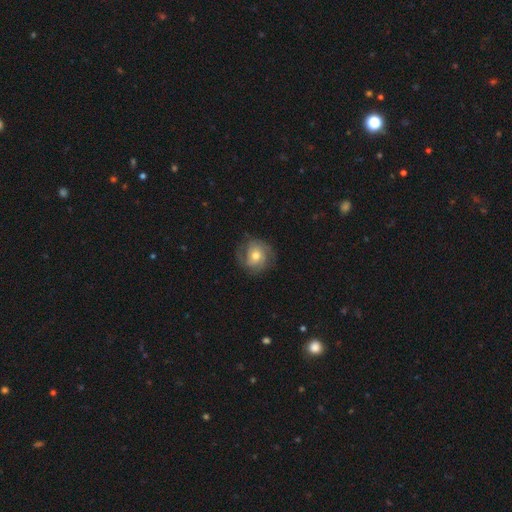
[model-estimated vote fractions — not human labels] Smooth or featured?
  - featured or disk: 68% *
  - smooth: 25%
  - star or artifact: 7%
Edge-on disk?
  - no: 97% *
  - yes: 3%
Bar?
  - no: 68% *
  - weak: 26%
  - strong: 6%
Spiral arms?
  - yes: 90% *
  - no: 10%
Spiral winding?
  - tight: 49% *
  - medium: 37%
  - loose: 14%
Spiral arm count?
  - 2: 37% *
  - 3: 25%
  - can't tell: 23%
  - 4: 6%
  - 1: 5%
  - more than 4: 4%
Bulge size?
  - moderate: 70% *
  - small: 21%
  - large: 7%
  - none: 1%
  - dominant: 1%
Merging?
  - none: 73% *
  - minor disturbance: 17%
  - major disturbance: 8%
  - merger: 1%